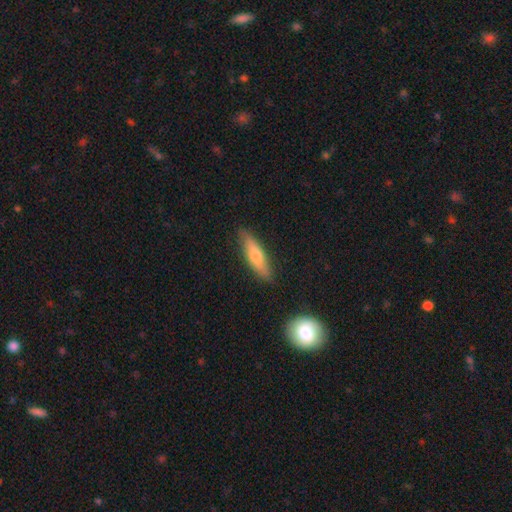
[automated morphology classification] This is possibly a smooth galaxy (59%). How rounded: likely cigar-shaped (74%). Merging: clearly none (86%).